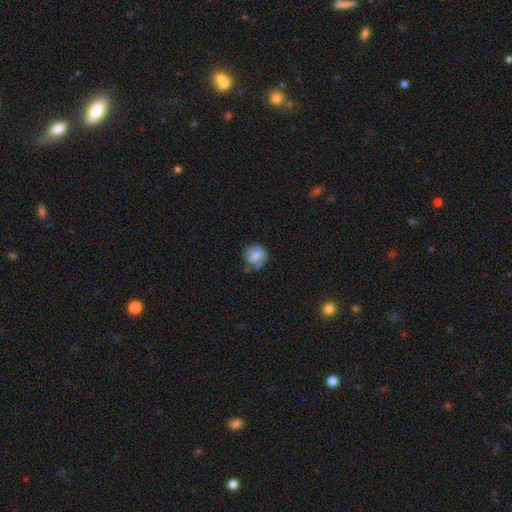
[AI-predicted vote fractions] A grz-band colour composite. It shows a smooth galaxy with no disk features (71%) that is round (75%). Merging: none (51%).